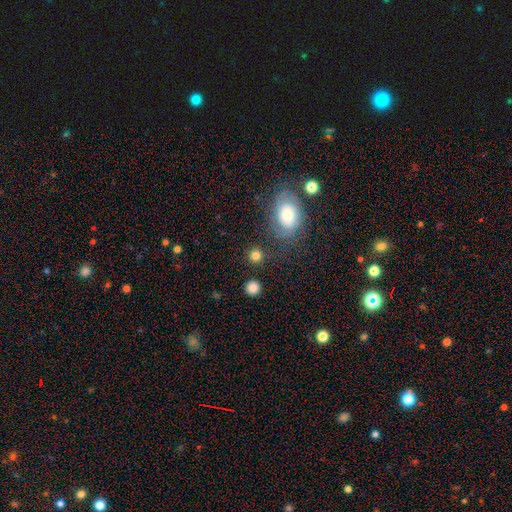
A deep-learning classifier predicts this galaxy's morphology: Smooth or featured? smooth (84%)
How rounded? round (89%)
Merging? none (84%)